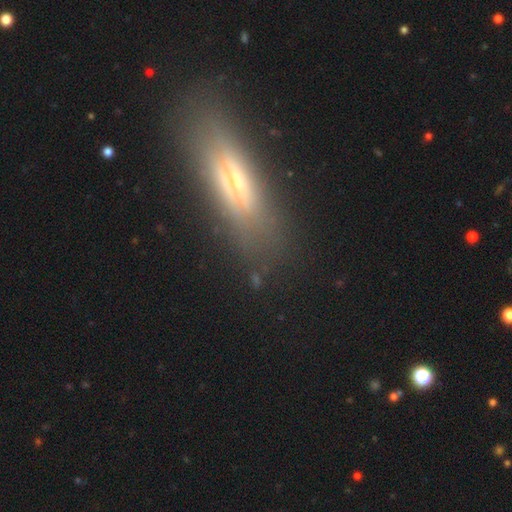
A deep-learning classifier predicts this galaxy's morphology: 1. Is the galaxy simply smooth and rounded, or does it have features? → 50% smooth, 35% featured or disk, 15% star or artifact.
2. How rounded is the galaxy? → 54% cigar-shaped, 42% in between, 4% round.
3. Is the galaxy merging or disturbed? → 81% none, 12% minor disturbance, 5% major disturbance, 2% merger.